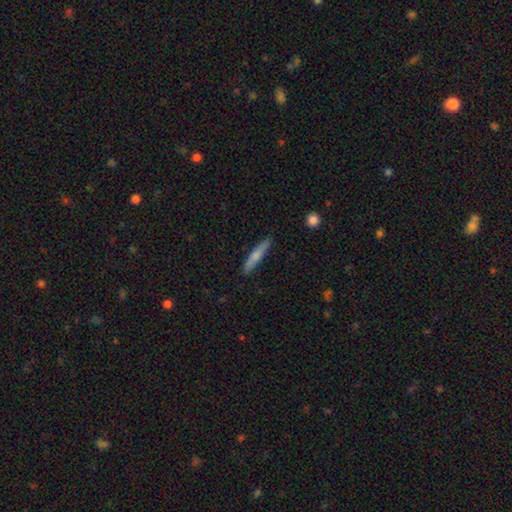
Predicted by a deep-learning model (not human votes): A smooth galaxy with no disk features (67%) that is cigar-shaped (93%).

Vote fractions:
- Smooth or featured? smooth: 67% / featured or disk: 27% / star or artifact: 6%
- How rounded? cigar-shaped: 93% / in between: 6% / round: 1%
- Merging? none: 87% / minor disturbance: 10% / major disturbance: 2% / merger: 1%